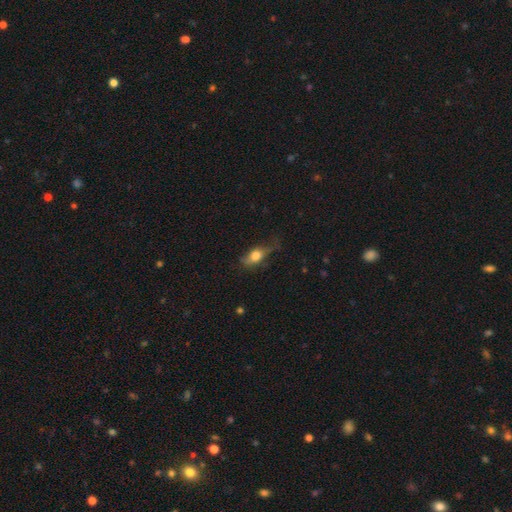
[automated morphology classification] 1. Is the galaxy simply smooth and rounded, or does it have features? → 67% smooth, 25% featured or disk, 8% star or artifact.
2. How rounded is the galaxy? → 72% in between, 15% cigar-shaped, 14% round.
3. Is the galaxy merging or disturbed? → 45% none, 34% minor disturbance, 19% major disturbance, 2% merger.